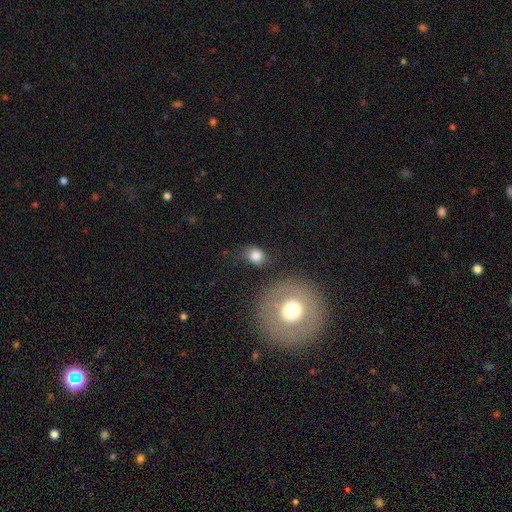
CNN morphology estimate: Q: Smooth or featured?
A: smooth (80%); runner-up: star or artifact (10%)
Q: How rounded?
A: round (59%); runner-up: in between (40%)
Q: Merging?
A: none (67%); runner-up: minor disturbance (17%)